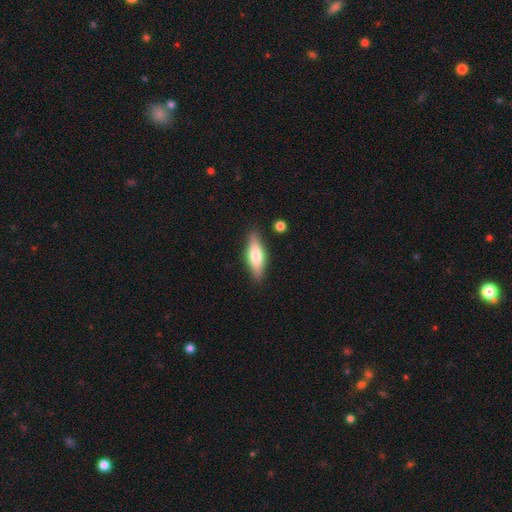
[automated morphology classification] This appears to be a smooth galaxy with no disk features (64%) that is in between round and cigar-shaped (49%, tied with cigar-shaped). Merging: none (84%).